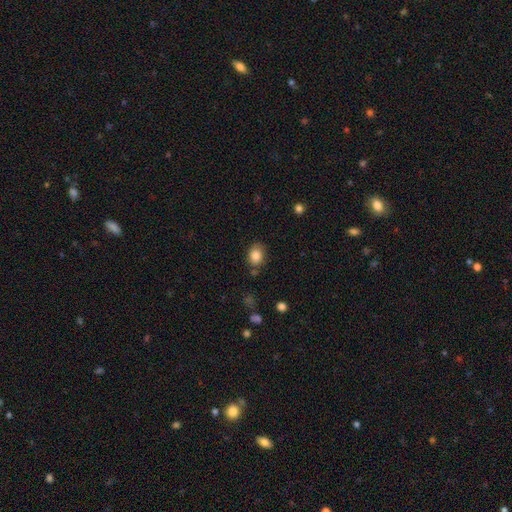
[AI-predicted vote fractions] This appears to be a smooth galaxy with no disk features (84%) that is in between round and cigar-shaped (56%). Merging: none (76%).